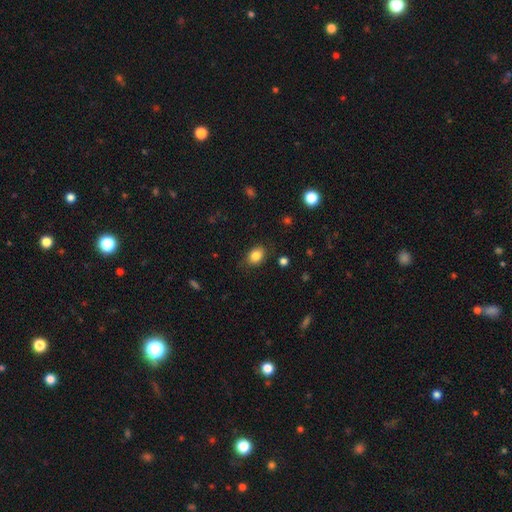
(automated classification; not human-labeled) The model was most divided on "how rounded": in between: 66%, round: 33%, cigar-shaped: 1%. More confident: smooth or featured — smooth (84%); merging — none (81%).